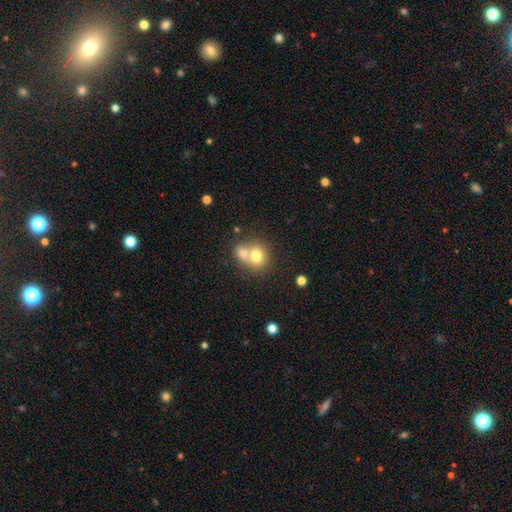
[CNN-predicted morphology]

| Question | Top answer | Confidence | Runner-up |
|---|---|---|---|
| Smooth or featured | smooth | 74% | featured or disk (16%) |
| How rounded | round | 61% | in between (38%) |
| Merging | merger | 61% | none (29%) |